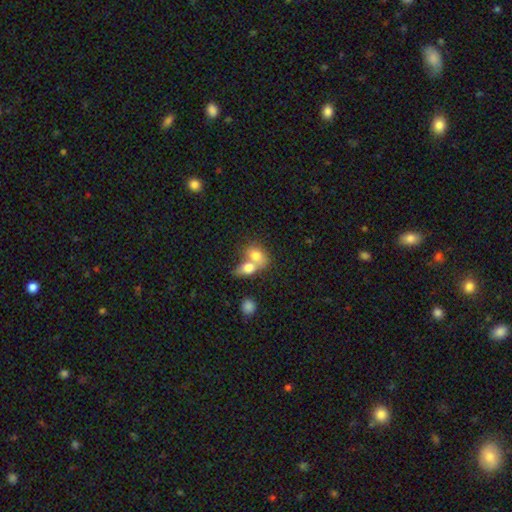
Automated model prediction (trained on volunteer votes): This is likely a smooth galaxy (75%). How rounded: likely in between (69%). Merging: likely merger (71%).